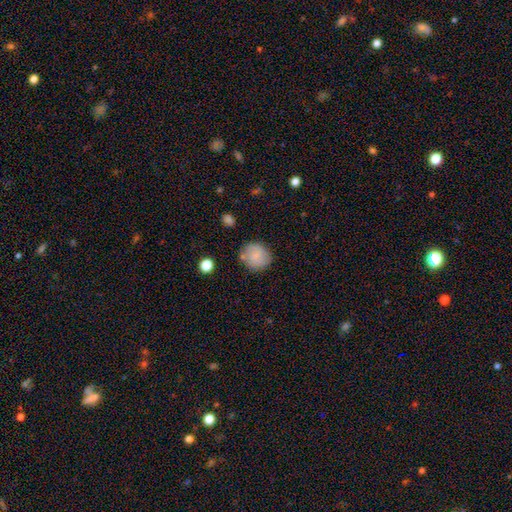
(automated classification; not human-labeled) Smooth or featured: smooth — 79% (featured or disk — 13%)
How rounded: round — 83% (in between — 16%)
Merging: none — 75% (minor disturbance — 15%)